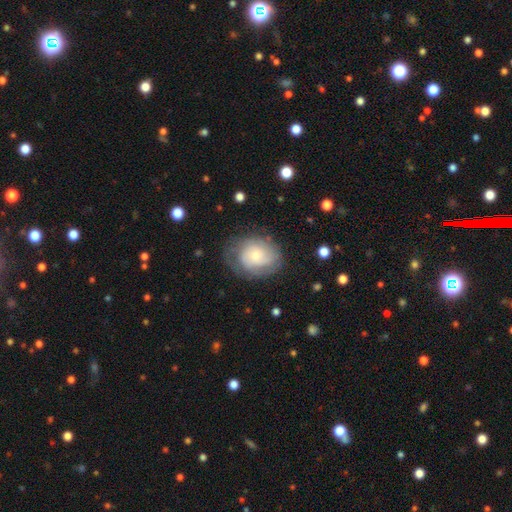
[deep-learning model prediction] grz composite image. It shows a featured or disk galaxy (55%) with no bar (77%), spiral arms (82%) and a small central bulge (58%). Merging: none (65%).